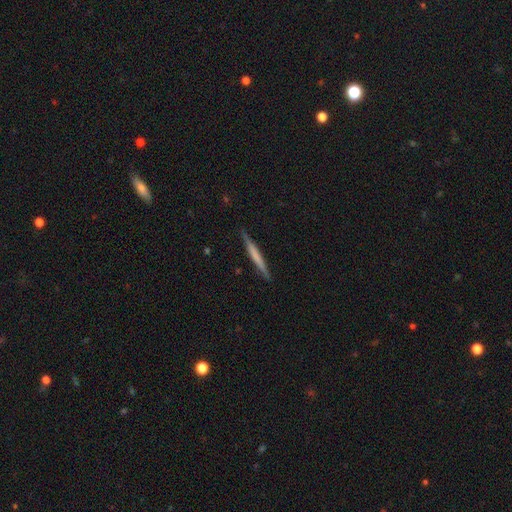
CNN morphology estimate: Smooth or featured? Predicted: smooth (p=0.52). How rounded? Predicted: cigar-shaped (p=0.96). Merging? Predicted: none (p=0.89).